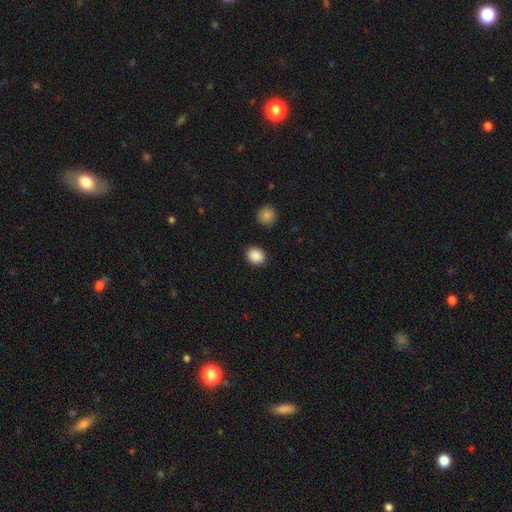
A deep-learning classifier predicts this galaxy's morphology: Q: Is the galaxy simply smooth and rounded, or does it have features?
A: smooth — 89%.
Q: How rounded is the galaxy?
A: round — 64%.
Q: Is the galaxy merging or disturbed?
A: none — 88%.